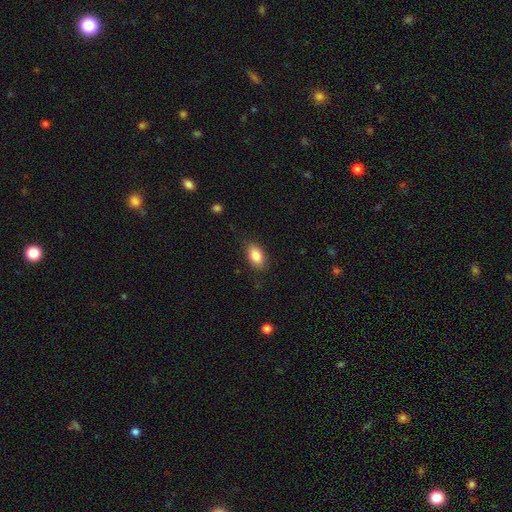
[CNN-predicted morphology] A smooth galaxy with no disk features (86%) that is in between round and cigar-shaped (91%). Merging: none (84%).